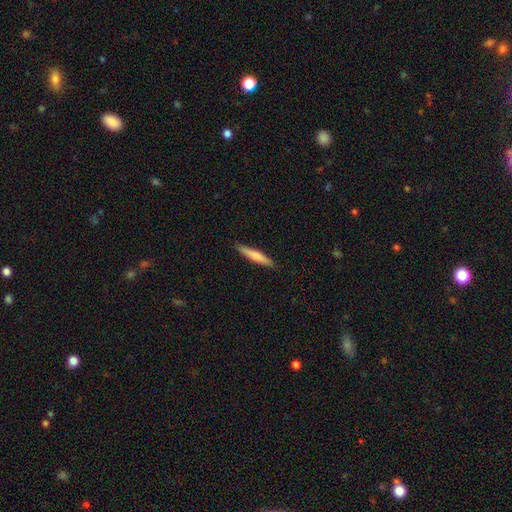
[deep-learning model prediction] smooth-or-featured: smooth: 71% | featured or disk: 23% | star or artifact: 5%
  how-rounded: cigar-shaped: 92% | in between: 7% | round: 1%
  merging: none: 90% | minor disturbance: 8% | major disturbance: 1% | merger: 1%